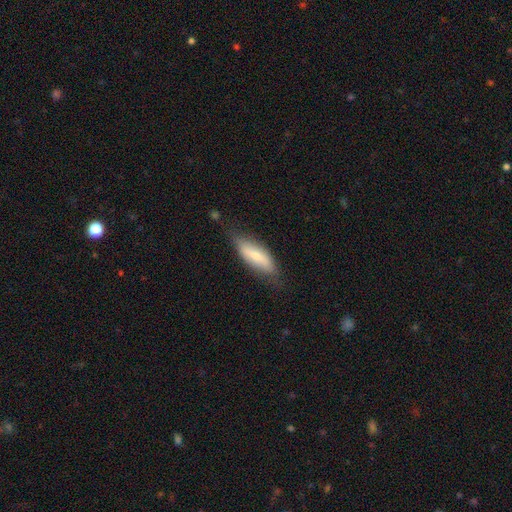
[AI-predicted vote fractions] Q: Smooth or featured?
A: smooth (60%); runner-up: featured or disk (34%)
Q: How rounded?
A: in between (65%); runner-up: cigar-shaped (33%)
Q: Merging?
A: none (67%); runner-up: minor disturbance (25%)